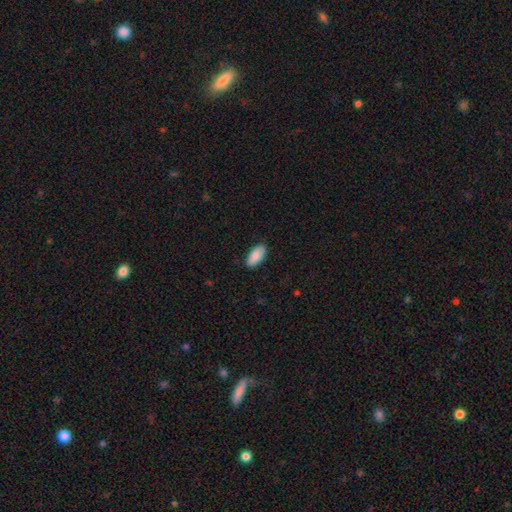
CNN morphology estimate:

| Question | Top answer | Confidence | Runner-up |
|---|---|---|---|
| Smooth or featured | smooth | 90% | star or artifact (6%) |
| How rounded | in between | 91% | cigar-shaped (7%) |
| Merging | none | 85% | minor disturbance (11%) |